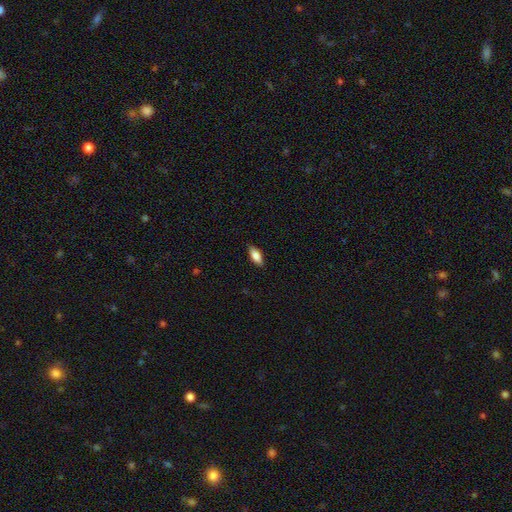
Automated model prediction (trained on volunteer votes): Smooth or featured? smooth (80%)
How rounded? in between (79%)
Merging? none (88%)